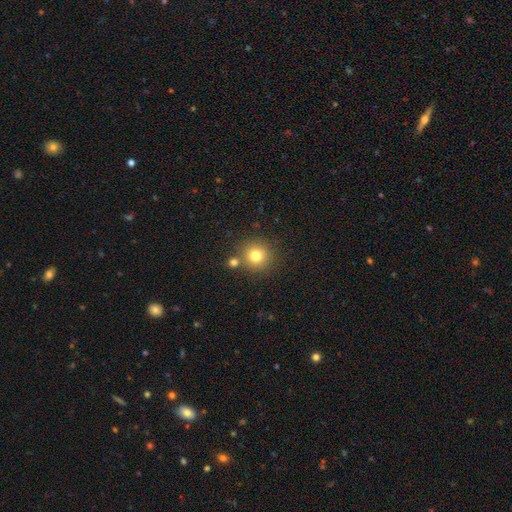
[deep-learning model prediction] smooth-or-featured: smooth: 78% | star or artifact: 13% | featured or disk: 9%
  how-rounded: round: 93% | in between: 6% | cigar-shaped: 1%
  merging: none: 77% | merger: 12% | minor disturbance: 8% | major disturbance: 3%